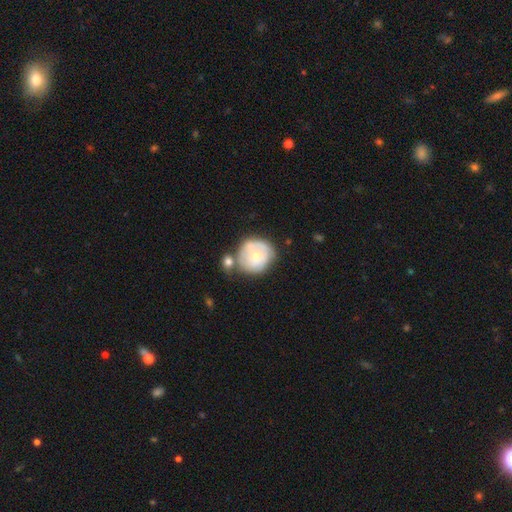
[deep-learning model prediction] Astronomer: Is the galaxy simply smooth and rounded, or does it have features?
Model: smooth — 54% (runner-up: featured or disk, 40%).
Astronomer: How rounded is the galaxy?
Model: round — 85%.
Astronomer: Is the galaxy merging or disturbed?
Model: none — 46% (runner-up: minor disturbance, 22%).